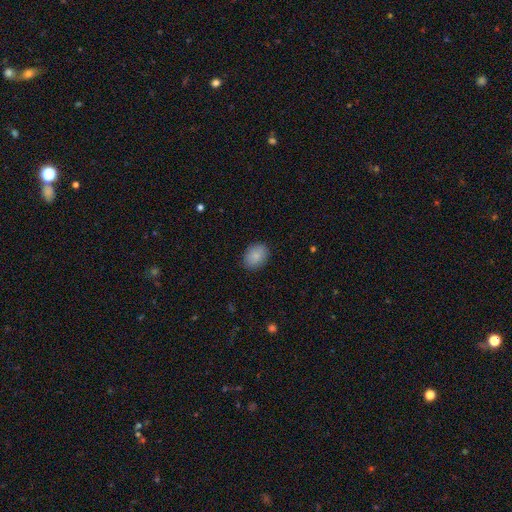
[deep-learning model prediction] Smooth or featured: smooth — 86% (star or artifact — 7%)
How rounded: in between — 69% (round — 30%)
Merging: none — 88% (minor disturbance — 9%)